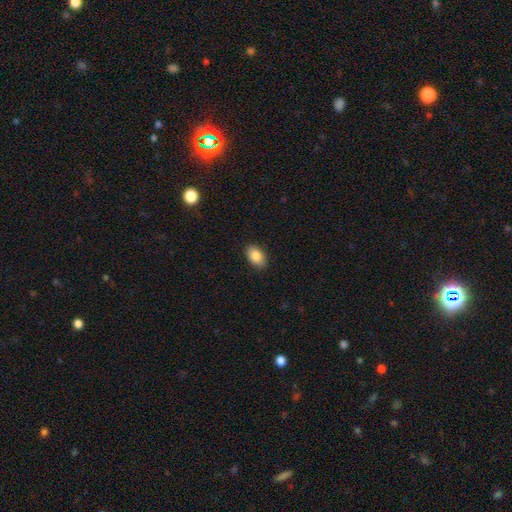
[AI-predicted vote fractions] A smooth galaxy with no disk features (86%) that is in between round and cigar-shaped (89%). Merging: none (89%).